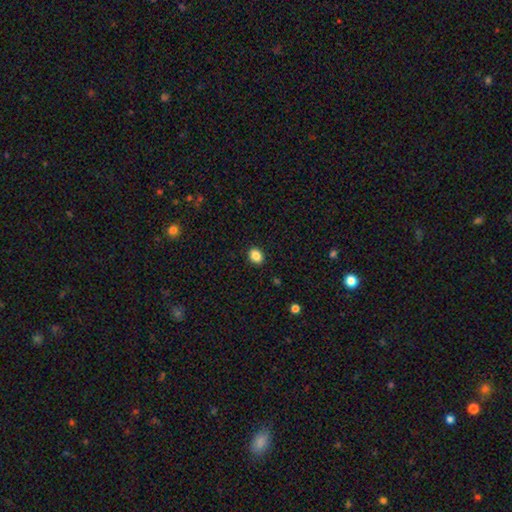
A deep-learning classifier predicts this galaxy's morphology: A smooth galaxy with no disk features (86%) that is in between round and cigar-shaped (54%). Merging: none (90%).